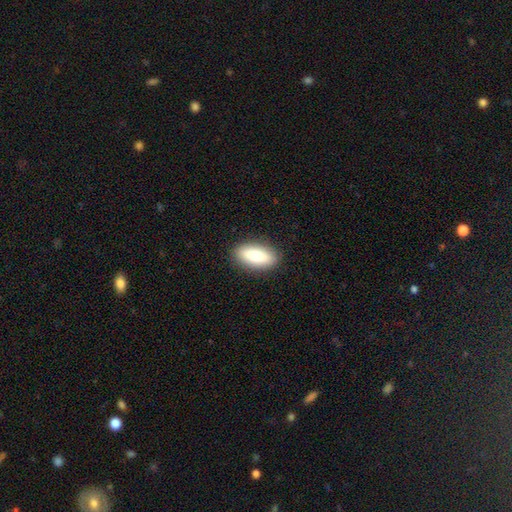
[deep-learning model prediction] smooth 86%, featured or disk 8%, star or artifact 6%. Down the decision tree: how rounded — in between (82%); merging — none (88%).